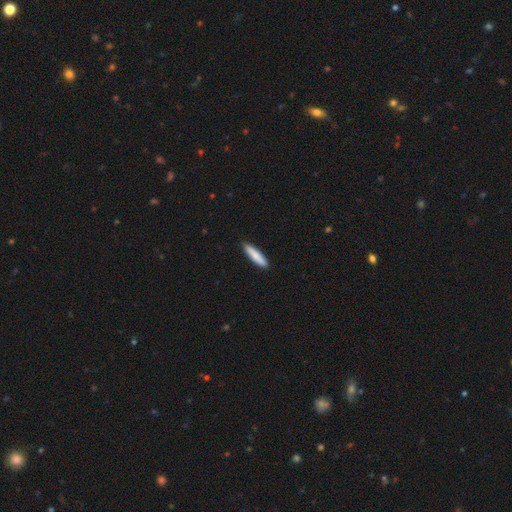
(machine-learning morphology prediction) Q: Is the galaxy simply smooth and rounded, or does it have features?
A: smooth — 82%.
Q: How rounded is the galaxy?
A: cigar-shaped — 84%.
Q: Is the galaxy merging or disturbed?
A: none — 90%.